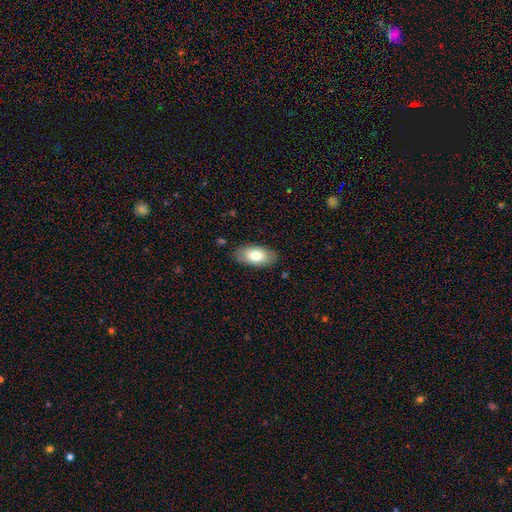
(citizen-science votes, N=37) Volunteers were most divided on "merging": none: 86%, minor disturbance: 14%, major disturbance: 0%, merger: 0%. More confident: how rounded — in between (91%); smooth or featured — smooth (86%).